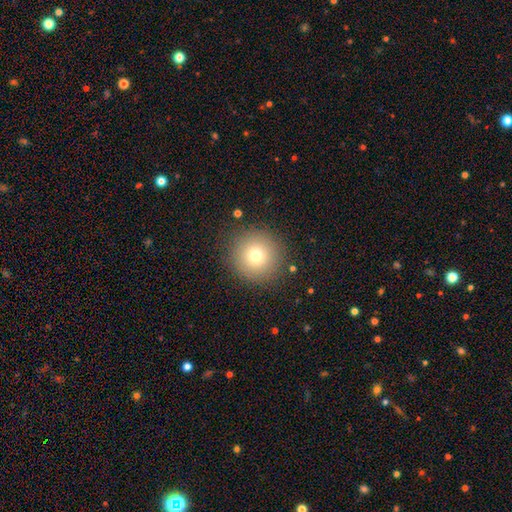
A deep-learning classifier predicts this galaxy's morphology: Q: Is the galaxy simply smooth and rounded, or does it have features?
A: smooth — 73%.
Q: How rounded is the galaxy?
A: round — 96%.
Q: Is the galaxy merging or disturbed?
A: none — 88%.